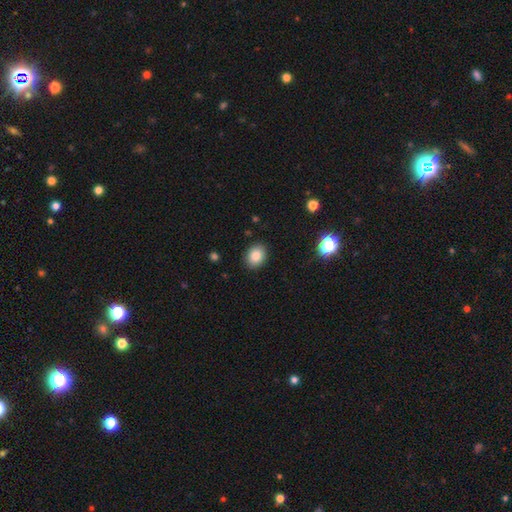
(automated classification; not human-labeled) smooth-or-featured: smooth: 85% | star or artifact: 10% | featured or disk: 6%
  how-rounded: in between: 53% | round: 46% | cigar-shaped: 1%
  merging: none: 89% | minor disturbance: 8% | major disturbance: 2% | merger: 1%